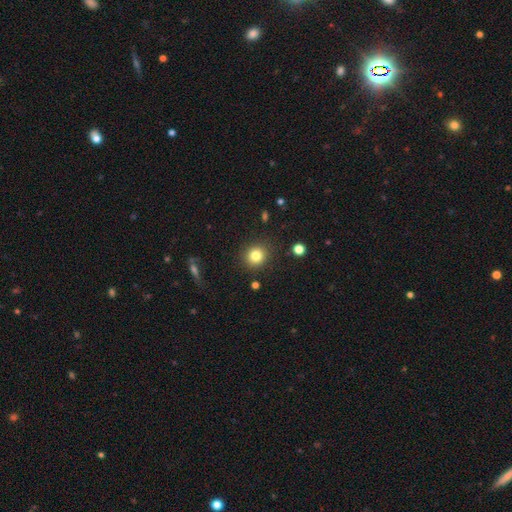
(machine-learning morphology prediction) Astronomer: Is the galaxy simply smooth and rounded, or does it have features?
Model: smooth — 82%.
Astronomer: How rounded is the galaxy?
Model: round — 86%.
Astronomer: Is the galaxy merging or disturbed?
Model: none — 88%.